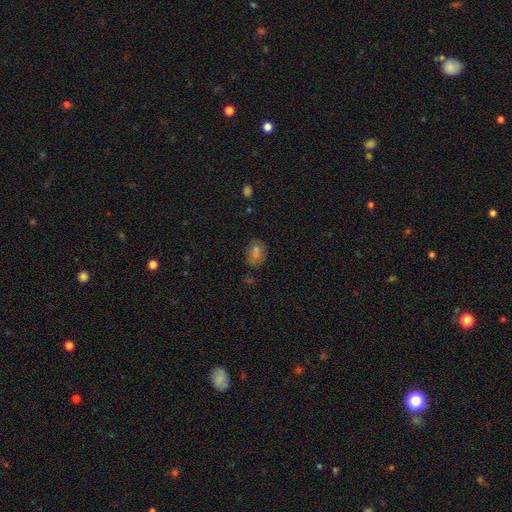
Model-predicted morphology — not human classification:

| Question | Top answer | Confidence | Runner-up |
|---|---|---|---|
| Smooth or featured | smooth | 49% | star or artifact (26%) |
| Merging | none | 70% | minor disturbance (19%) |